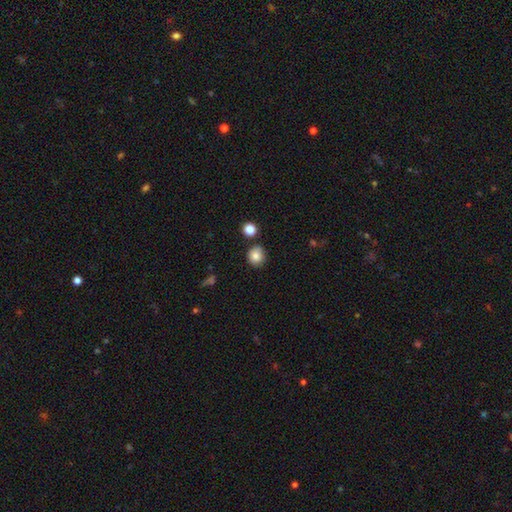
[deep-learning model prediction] smooth-or-featured: smooth: 83% | star or artifact: 10% | featured or disk: 7%
  how-rounded: round: 85% | in between: 14% | cigar-shaped: 1%
  merging: none: 80% | minor disturbance: 11% | merger: 6% | major disturbance: 3%